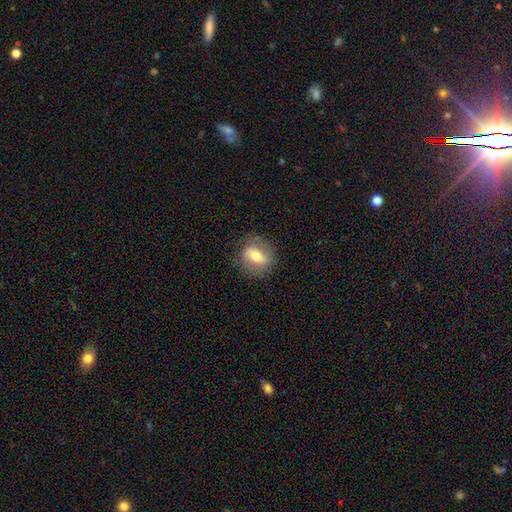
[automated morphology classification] smooth 51%, featured or disk 41%, star or artifact 8%. Down the decision tree: how rounded — round (59%); merging — none (80%).